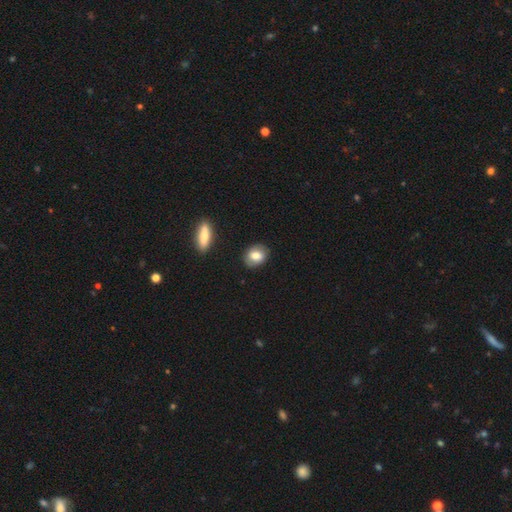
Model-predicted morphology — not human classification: Q: Smooth or featured?
A: smooth (78%); runner-up: featured or disk (14%)
Q: How rounded?
A: in between (57%); runner-up: round (41%)
Q: Merging?
A: none (85%); runner-up: minor disturbance (11%)